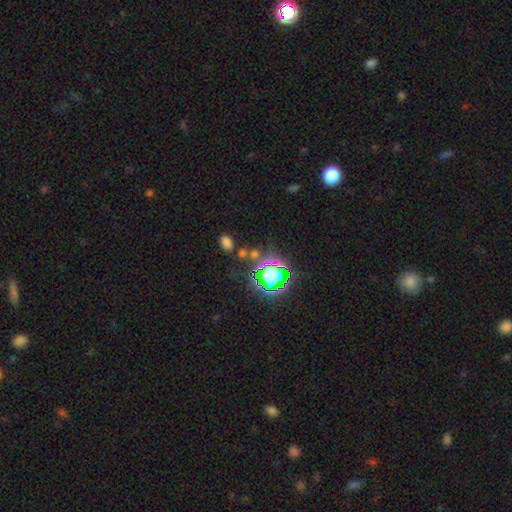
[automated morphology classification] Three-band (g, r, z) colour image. It shows a star or artifact, not a galaxy (61%).